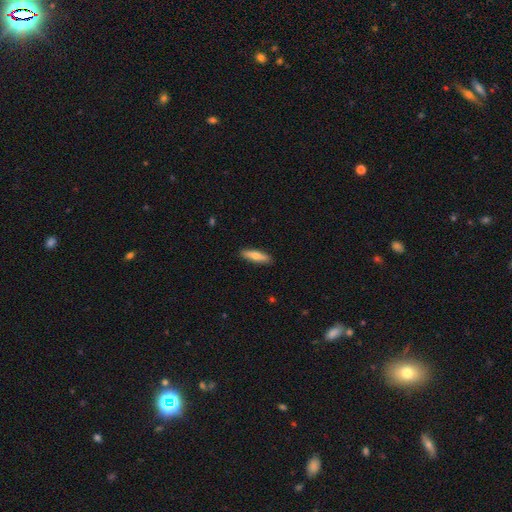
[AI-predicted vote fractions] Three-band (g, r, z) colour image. It shows a smooth galaxy with no disk features (68%) that is cigar-shaped (68%). Merging: none (90%).